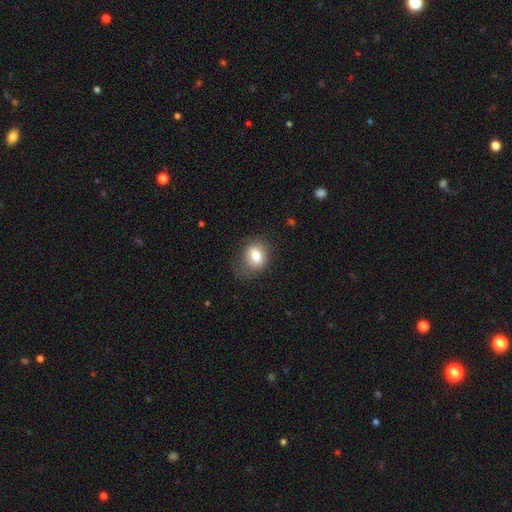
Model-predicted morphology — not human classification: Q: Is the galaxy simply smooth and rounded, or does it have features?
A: smooth — 80%.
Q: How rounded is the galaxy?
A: in between — 64%.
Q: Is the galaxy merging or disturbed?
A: none — 57%.